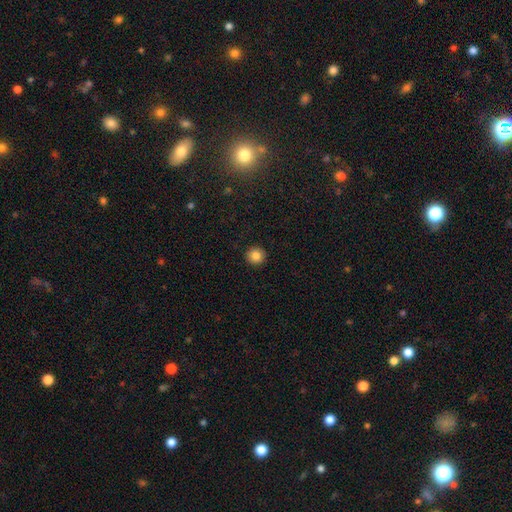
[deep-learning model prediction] Smooth or featured: smooth — 85% (star or artifact — 10%)
How rounded: round — 95% (in between — 4%)
Merging: none — 93% (minor disturbance — 5%)